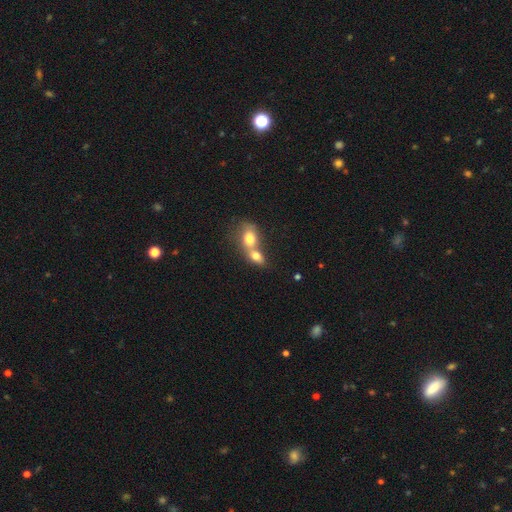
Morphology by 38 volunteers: This is clearly a smooth galaxy (89%). How rounded: likely in between (79%). Merging: likely merger (71%).